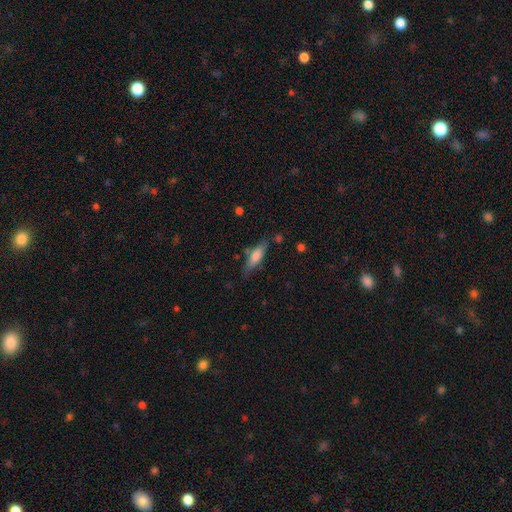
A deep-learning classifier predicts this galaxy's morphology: Smooth or featured?
  - smooth: 64% *
  - featured or disk: 29%
  - star or artifact: 7%
How rounded?
  - cigar-shaped: 58% *
  - in between: 40%
  - round: 2%
Merging?
  - none: 72% *
  - minor disturbance: 18%
  - merger: 5%
  - major disturbance: 5%